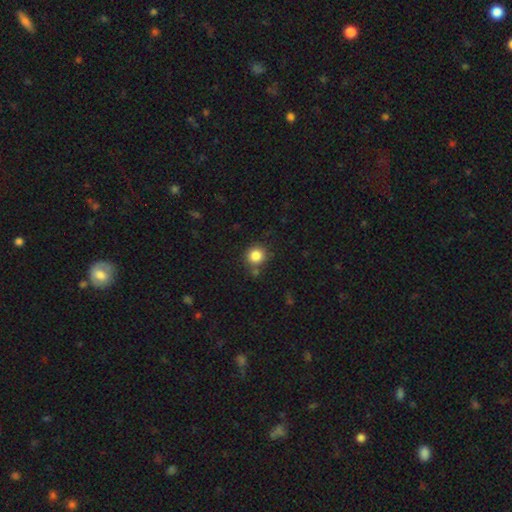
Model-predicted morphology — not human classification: smooth-or-featured: smooth: 85% | star or artifact: 11% | featured or disk: 5%
  how-rounded: round: 91% | in between: 8% | cigar-shaped: 1%
  merging: none: 78% | minor disturbance: 11% | merger: 7% | major disturbance: 3%